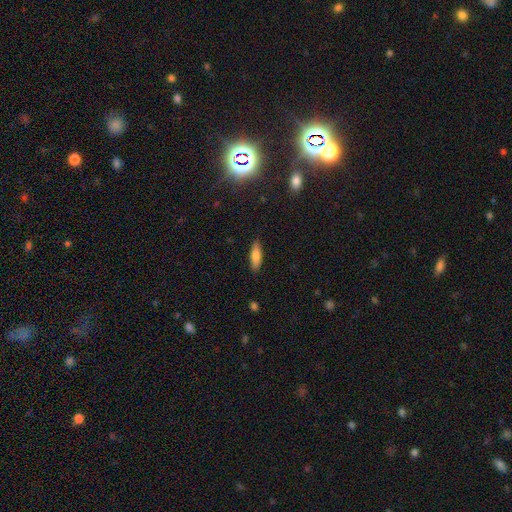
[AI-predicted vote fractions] Smooth or featured? smooth (75%)
How rounded? cigar-shaped (55%)
Merging? none (88%)